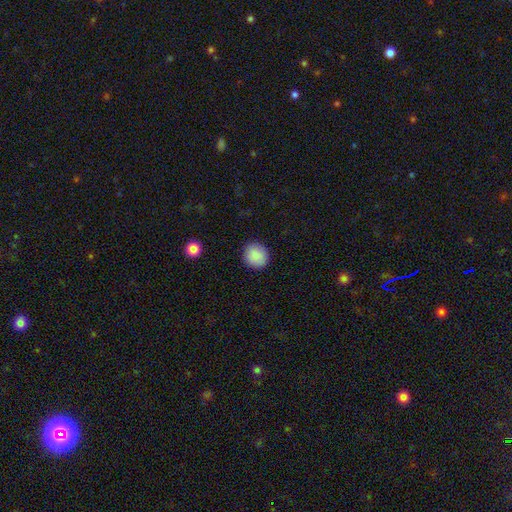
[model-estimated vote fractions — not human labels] This is clearly a smooth galaxy (89%). How rounded: clearly round (85%). Merging: clearly none (90%).